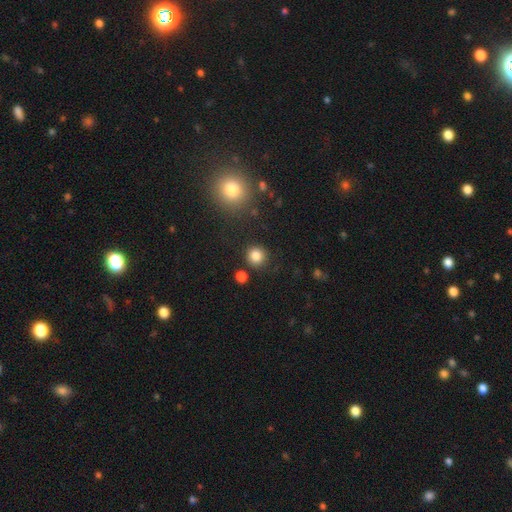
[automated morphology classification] smooth_or_featured: smooth (p=0.83) [alt: star or artifact p=0.12]
how_rounded: round (p=0.93) [alt: in between p=0.06]
merging: none (p=0.87) [alt: minor disturbance p=0.07]